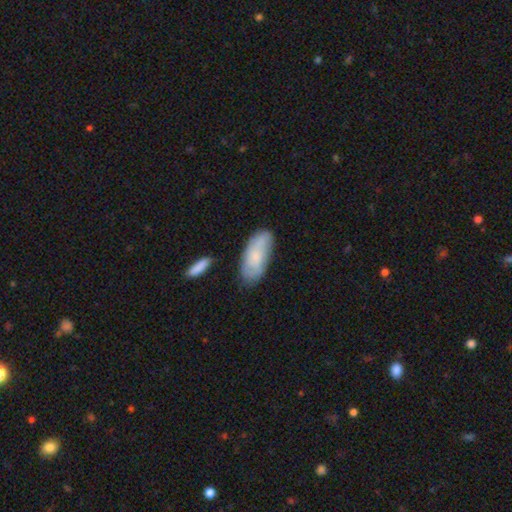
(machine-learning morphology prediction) A smooth galaxy with no disk features (61%) that is in between round and cigar-shaped (88%). Merging: none (70%).